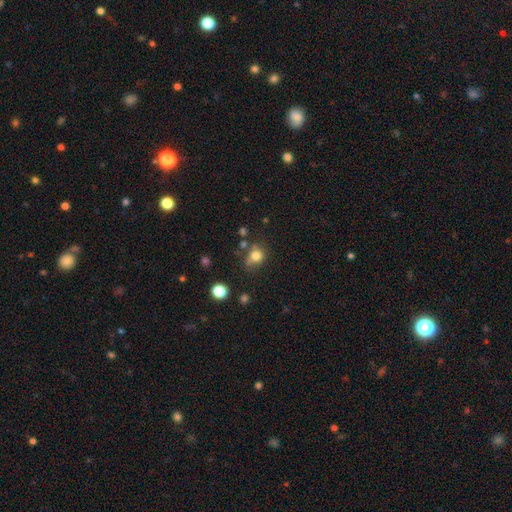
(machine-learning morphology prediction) smooth 78%, star or artifact 13%, featured or disk 8%. Down the decision tree: how rounded — round (73%); merging — none (57%).